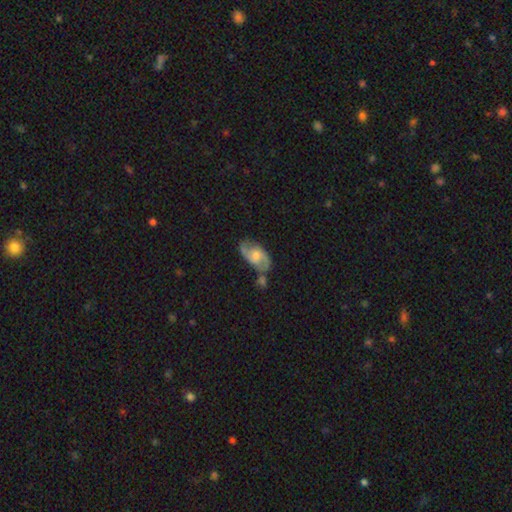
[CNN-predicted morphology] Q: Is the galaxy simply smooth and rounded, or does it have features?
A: featured or disk — 73%.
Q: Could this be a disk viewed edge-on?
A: no — 95%.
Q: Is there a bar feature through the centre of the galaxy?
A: no — 51%.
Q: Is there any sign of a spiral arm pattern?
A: yes — 92%.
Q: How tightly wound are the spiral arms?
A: medium — 48%.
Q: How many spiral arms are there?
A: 2 — 88%.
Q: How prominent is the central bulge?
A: moderate — 49%.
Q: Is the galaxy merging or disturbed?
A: none — 55%.